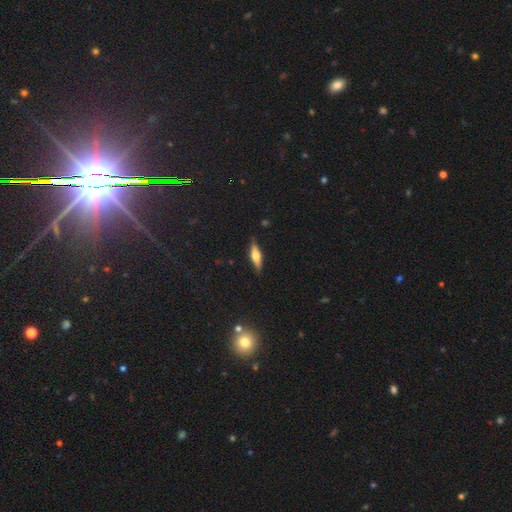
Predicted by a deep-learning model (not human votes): Smooth or featured? Predicted: featured or disk (p=0.55). Edge-on disk? Predicted: yes (p=0.93). Edge-on bulge? Predicted: rounded (p=0.91). Merging? Predicted: none (p=0.86).